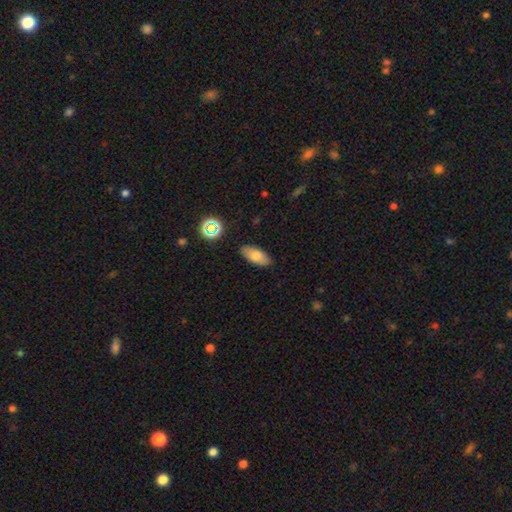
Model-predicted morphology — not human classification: Overall: smooth (75%). How rounded: in between (88%). Merging: none (87%).